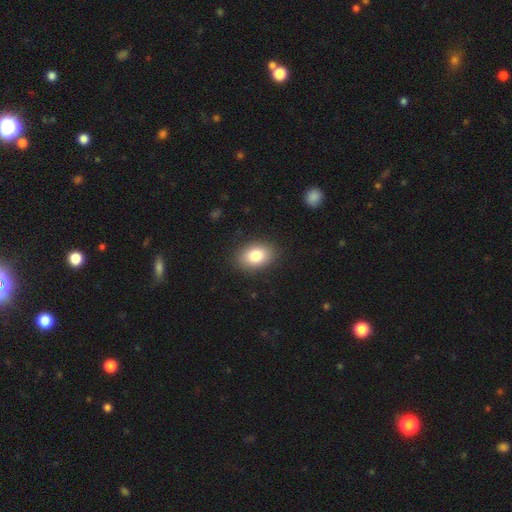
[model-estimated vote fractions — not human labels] Smooth or featured?
  - smooth: 82% *
  - featured or disk: 9%
  - star or artifact: 8%
How rounded?
  - in between: 78% *
  - round: 20%
  - cigar-shaped: 1%
Merging?
  - none: 88% *
  - minor disturbance: 8%
  - major disturbance: 3%
  - merger: 1%